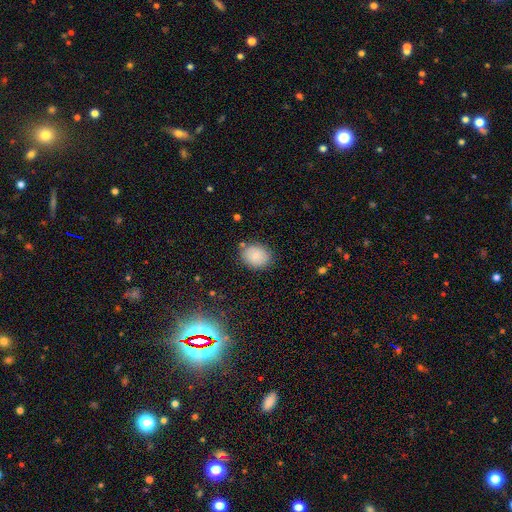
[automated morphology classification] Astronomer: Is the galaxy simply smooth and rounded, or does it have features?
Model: smooth — 83%.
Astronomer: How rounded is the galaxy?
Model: in between — 52% (runner-up: round, 47%).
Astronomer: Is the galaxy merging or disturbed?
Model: none — 82%.